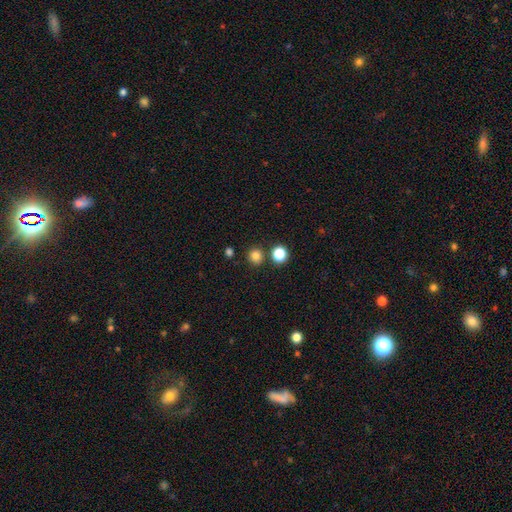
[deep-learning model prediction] smooth-or-featured: smooth: 82% | star or artifact: 14% | featured or disk: 4%
  how-rounded: round: 91% | in between: 8% | cigar-shaped: 1%
  merging: none: 83% | merger: 8% | minor disturbance: 7% | major disturbance: 2%